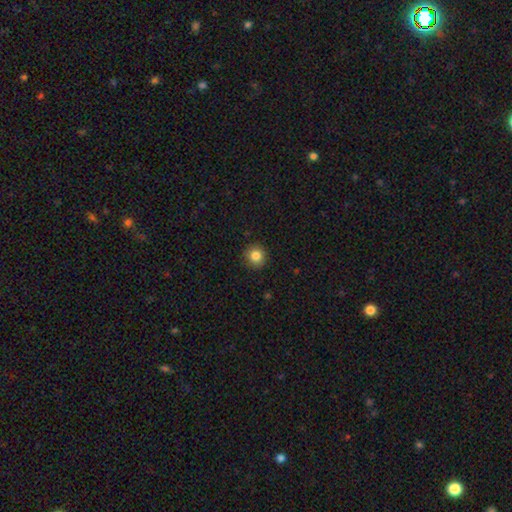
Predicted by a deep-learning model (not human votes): The model was most divided on "smooth or featured": smooth: 84%, star or artifact: 10%, featured or disk: 5%. More confident: how rounded — round (91%); merging — none (90%).